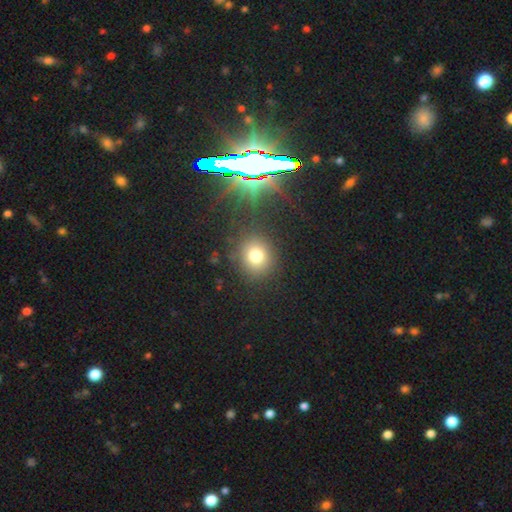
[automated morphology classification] type=smooth (74%); roundness=round (84%); merging=none (85%).